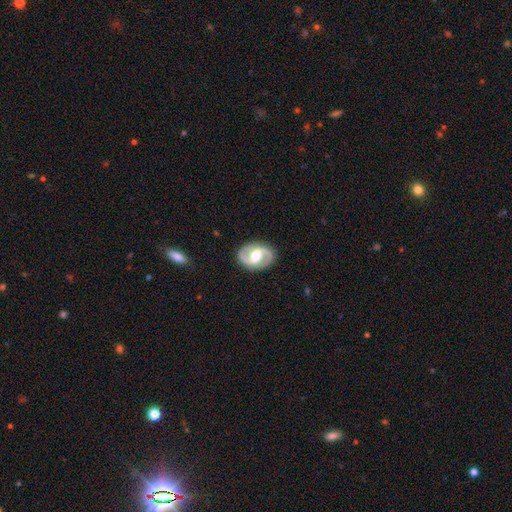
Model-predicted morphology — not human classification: Overall: featured or disk (87%). Edge-on disk: no (98%). Bar: weak (46%; strong 28%). Spiral arms: yes (94%). Spiral arm count: 2 (94%). Spiral winding: medium (55%; tight 24%). Bulge size: moderate (65%). Merging: none (88%).